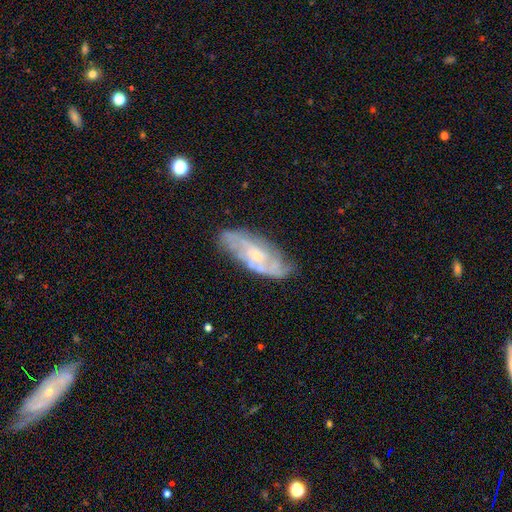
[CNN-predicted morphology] The model was most divided on "spiral arm count": 2: 40%, can't tell: 38%, 3: 12%, 4: 4%, 1: 4%, more than 4: 3%. Remaining: edge-on disk — no (87%); spiral arms — yes (86%); smooth or featured — featured or disk (73%); merging — none (71%); bar — no (60%); bulge size — small (57%); spiral winding — medium (41%).